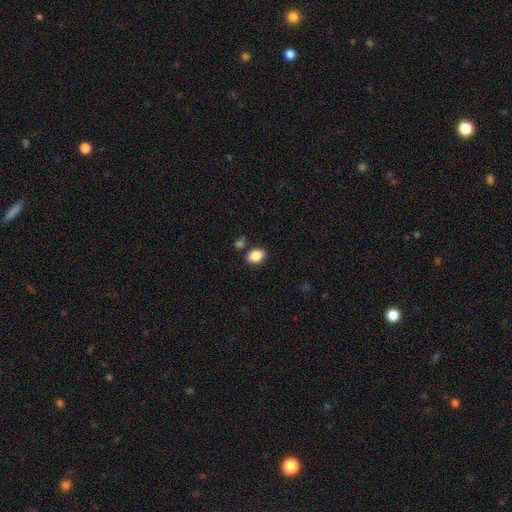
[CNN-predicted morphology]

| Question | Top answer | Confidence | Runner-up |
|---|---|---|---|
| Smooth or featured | smooth | 87% | star or artifact (8%) |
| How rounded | in between | 82% | round (17%) |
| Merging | none | 80% | minor disturbance (10%) |